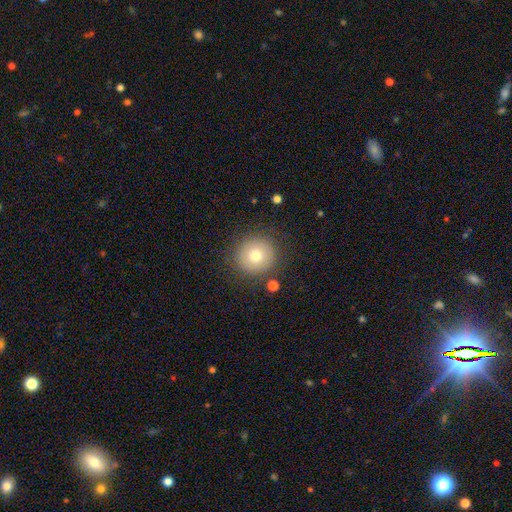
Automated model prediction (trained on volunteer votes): smooth 74%, featured or disk 14%, star or artifact 12%. Down the decision tree: how rounded — round (94%); merging — none (86%).